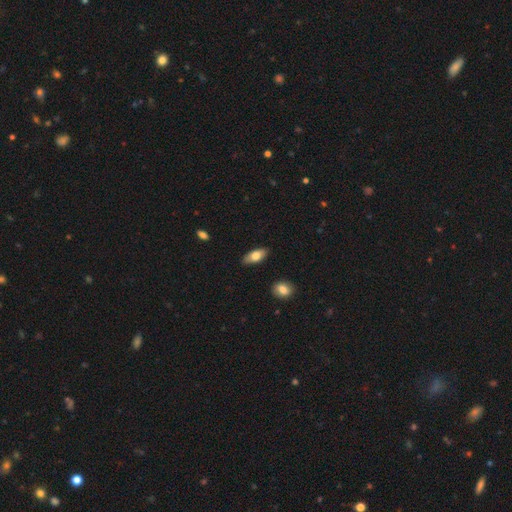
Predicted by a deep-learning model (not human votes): smooth 75%, featured or disk 19%, star or artifact 6%. Down the decision tree: how rounded — in between (84%); merging — none (85%).